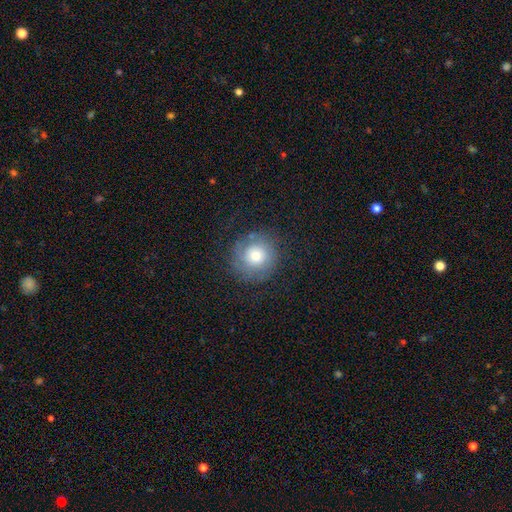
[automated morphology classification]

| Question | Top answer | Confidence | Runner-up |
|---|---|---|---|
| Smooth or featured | smooth | 53% | featured or disk (37%) |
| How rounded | round | 93% | in between (6%) |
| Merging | none | 77% | minor disturbance (14%) |